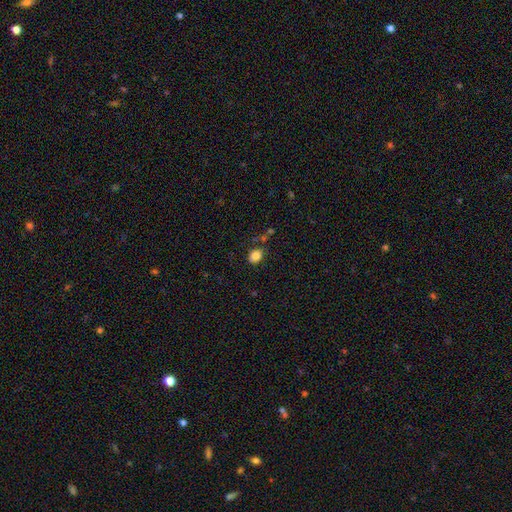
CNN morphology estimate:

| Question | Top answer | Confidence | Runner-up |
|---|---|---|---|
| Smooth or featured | smooth | 84% | star or artifact (10%) |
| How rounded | in between | 53% | round (46%) |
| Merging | none | 75% | minor disturbance (15%) |